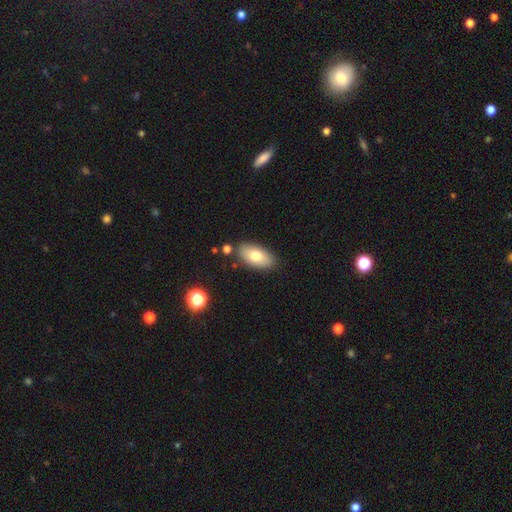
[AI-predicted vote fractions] Smooth or featured: smooth — 74% (featured or disk — 19%)
How rounded: in between — 93% (cigar-shaped — 4%)
Merging: none — 83% (minor disturbance — 11%)